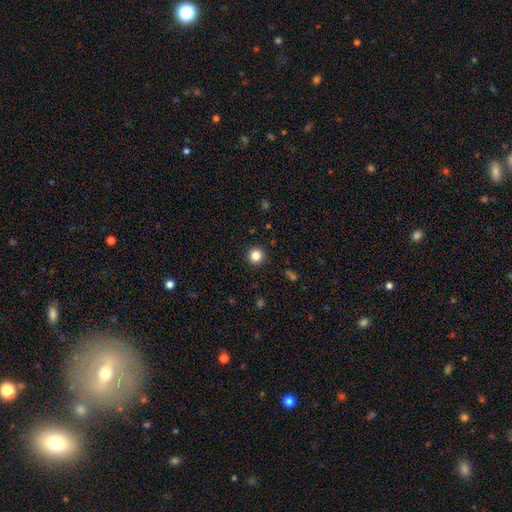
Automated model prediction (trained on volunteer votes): This appears to be a smooth galaxy with no disk features (84%) that is round (95%). Merging: none (93%).